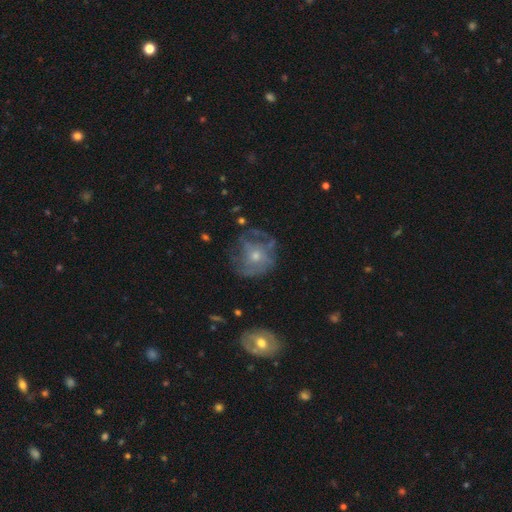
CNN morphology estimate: Smooth or featured? Predicted: featured or disk (p=0.60). Edge-on disk? Predicted: no (p=0.97). Bar? Predicted: no (p=0.81). Spiral arms? Predicted: yes (p=0.57). Bulge size? Predicted: small (p=0.49). Merging? Predicted: none (p=0.57).